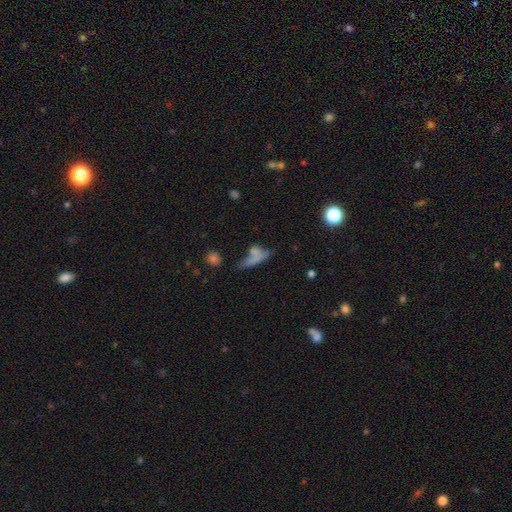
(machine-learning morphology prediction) Smooth or featured?
  - smooth: 67% *
  - featured or disk: 21%
  - star or artifact: 12%
How rounded?
  - in between: 49% *
  - cigar-shaped: 44%
  - round: 7%
Merging?
  - merger: 37% *
  - none: 33%
  - minor disturbance: 16%
  - major disturbance: 15%